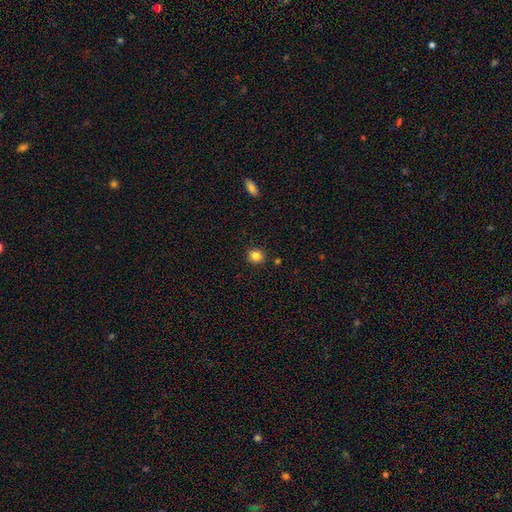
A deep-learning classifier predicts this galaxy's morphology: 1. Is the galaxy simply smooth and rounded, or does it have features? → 83% smooth, 11% star or artifact, 6% featured or disk.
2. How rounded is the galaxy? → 79% round, 20% in between, 1% cigar-shaped.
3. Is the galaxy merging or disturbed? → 90% none, 7% minor disturbance, 2% merger, 2% major disturbance.